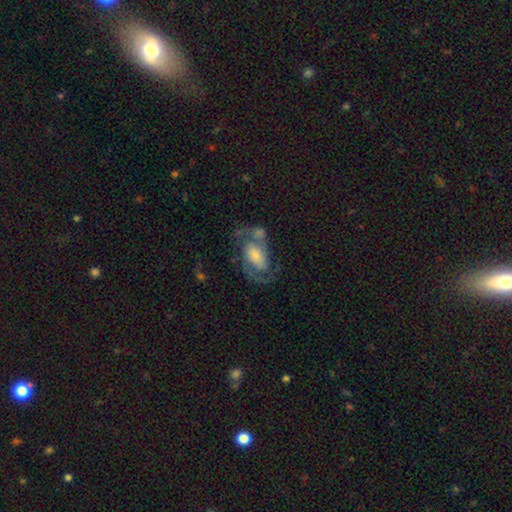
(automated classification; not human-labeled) Smooth or featured? featured or disk (82%)
Edge-on disk? no (97%)
Bar? no (48%)
Spiral arms? yes (94%)
Spiral winding? medium (53%)
Spiral arm count? 2 (89%)
Bulge size? small (44%)
Merging? none (57%)